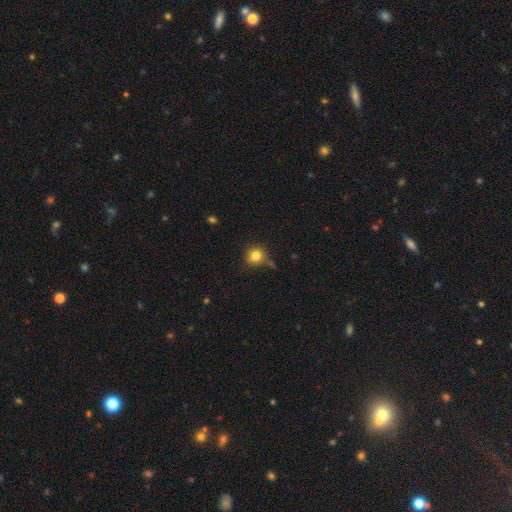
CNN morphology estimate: Smooth or featured?
  - smooth: 81% *
  - star or artifact: 11%
  - featured or disk: 8%
How rounded?
  - round: 89% *
  - in between: 10%
  - cigar-shaped: 1%
Merging?
  - none: 70% *
  - minor disturbance: 17%
  - merger: 8%
  - major disturbance: 5%